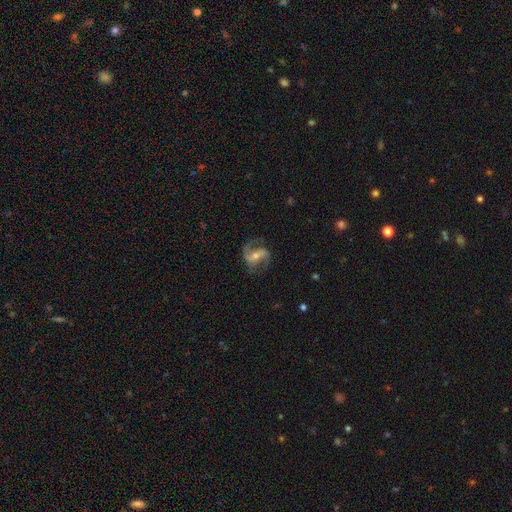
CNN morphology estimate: Q: Smooth or featured?
A: featured or disk (88%); runner-up: smooth (7%)
Q: Edge-on disk?
A: no (97%); runner-up: yes (3%)
Q: Bar?
A: strong (41%); runner-up: weak (38%)
Q: Spiral arms?
A: yes (96%); runner-up: no (4%)
Q: Spiral winding?
A: medium (50%); runner-up: loose (35%)
Q: Spiral arm count?
A: 2 (89%); runner-up: 3 (3%)
Q: Bulge size?
A: moderate (49%); runner-up: small (46%)
Q: Merging?
A: none (76%); runner-up: minor disturbance (14%)